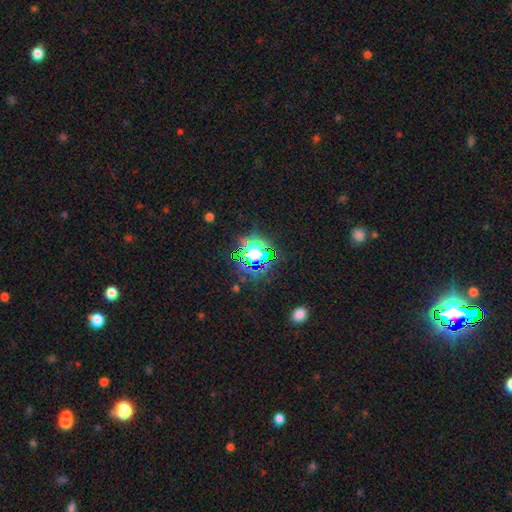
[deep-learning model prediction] Morphology: type=star or artifact (67%).